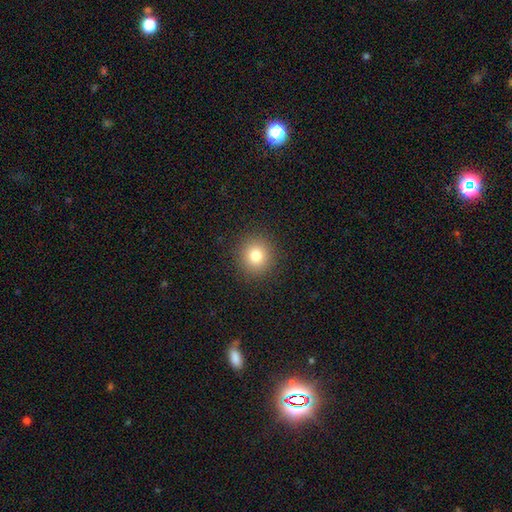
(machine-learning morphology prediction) Smooth or featured? Predicted: smooth (p=0.82). How rounded? Predicted: round (p=0.92). Merging? Predicted: none (p=0.91).